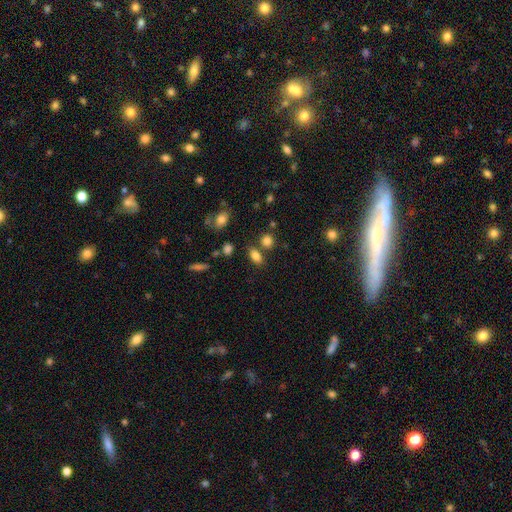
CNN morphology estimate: The model was most divided on "merging": none: 70%, merger: 15%, minor disturbance: 12%, major disturbance: 4%. More confident: smooth or featured — smooth (81%); how rounded — in between (78%).